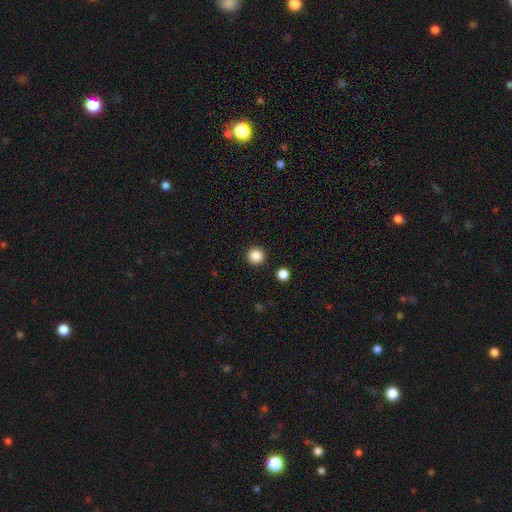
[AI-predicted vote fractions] smooth-or-featured: smooth: 86% | star or artifact: 10% | featured or disk: 3%
  how-rounded: round: 95% | in between: 4% | cigar-shaped: 1%
  merging: none: 92% | minor disturbance: 4% | merger: 2% | major disturbance: 2%